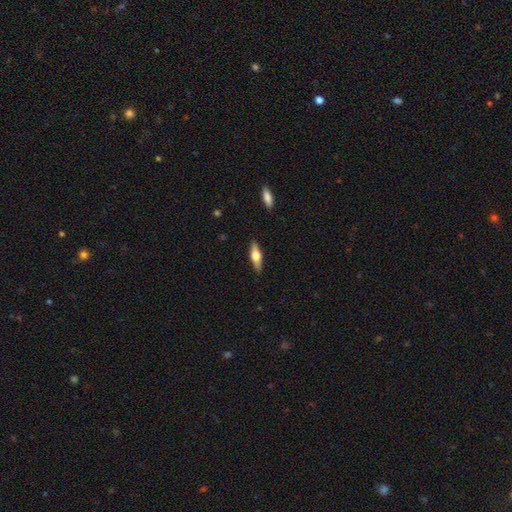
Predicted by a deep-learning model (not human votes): Smooth or featured? featured or disk (50%)
Merging? none (88%)